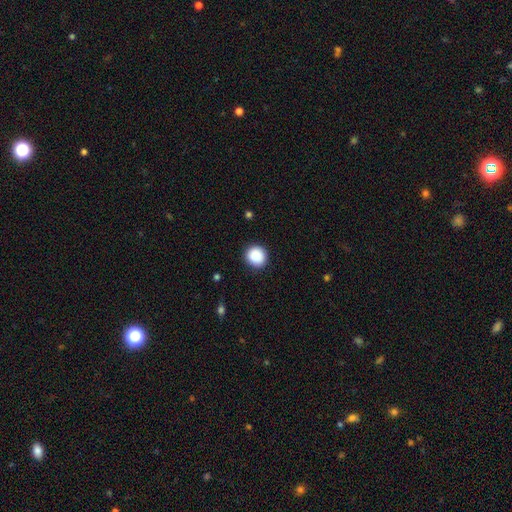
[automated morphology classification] This appears to be a smooth galaxy with no disk features (88%) that is round (90%). Merging: none (89%).